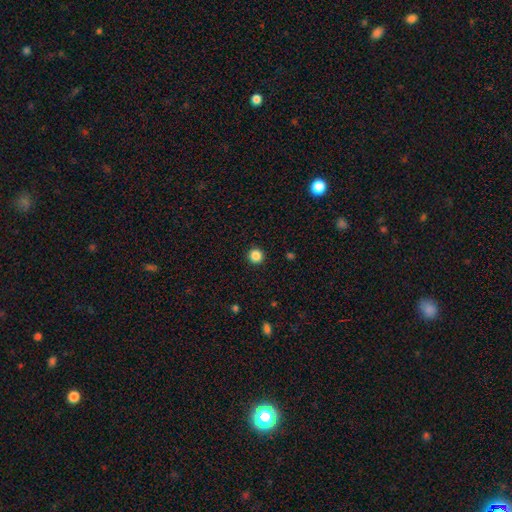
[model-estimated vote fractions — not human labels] A smooth galaxy with no disk features (86%) that is round (96%). Merging: none (93%).